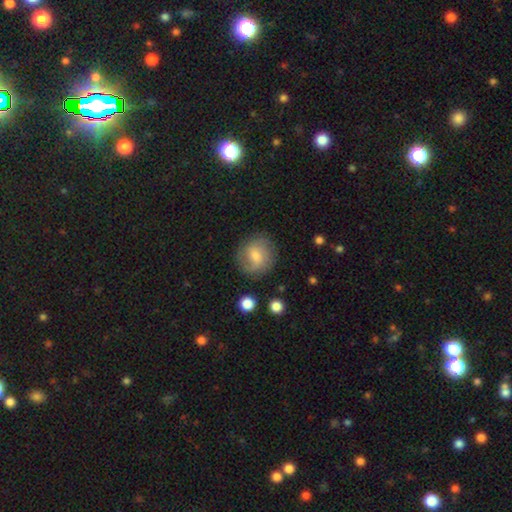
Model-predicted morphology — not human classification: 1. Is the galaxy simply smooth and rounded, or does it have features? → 52% smooth, 40% featured or disk, 8% star or artifact.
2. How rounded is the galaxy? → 84% round, 15% in between, 1% cigar-shaped.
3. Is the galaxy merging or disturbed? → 77% none, 15% minor disturbance, 6% major disturbance, 2% merger.